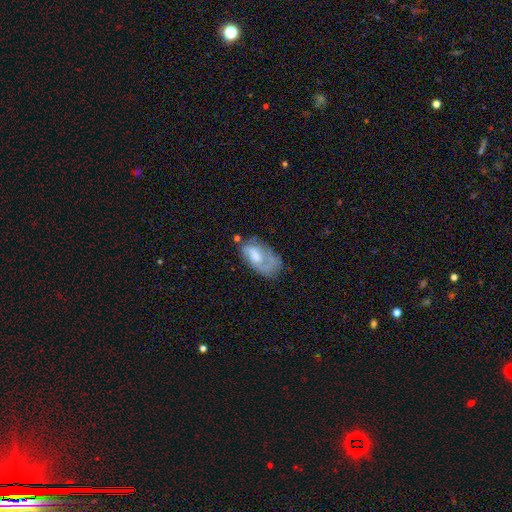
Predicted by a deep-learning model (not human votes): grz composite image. It shows a featured or disk galaxy (55%) with no bar (53%), spiral arms (66%) and a moderate central bulge (44%). Merging: none (42%).